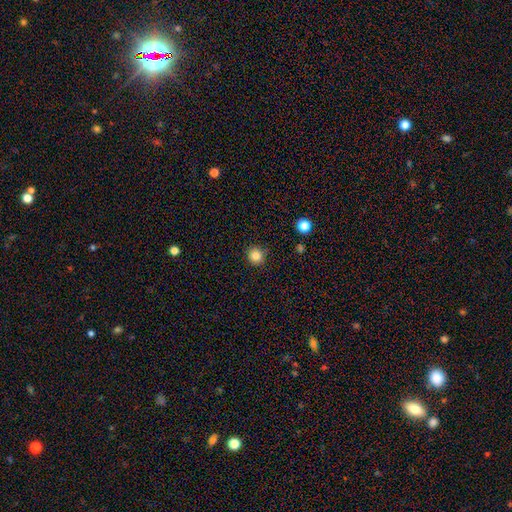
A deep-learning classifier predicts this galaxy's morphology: The model was most divided on "smooth or featured": smooth: 85%, star or artifact: 11%, featured or disk: 4%. More confident: how rounded — round (94%); merging — none (91%).